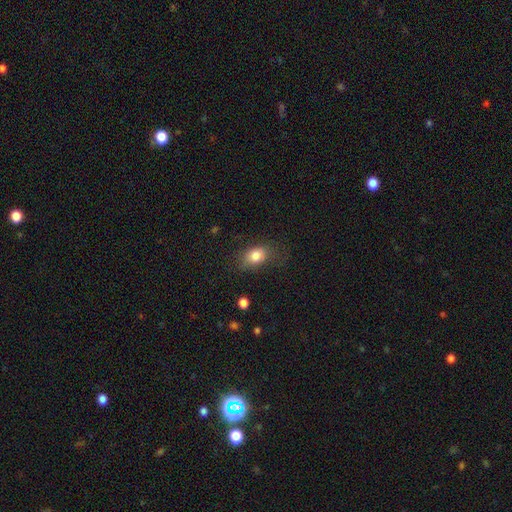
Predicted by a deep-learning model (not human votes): The model was most divided on "merging": none: 65%, minor disturbance: 23%, major disturbance: 10%, merger: 2%. More confident: smooth or featured — smooth (81%); how rounded — in between (75%).